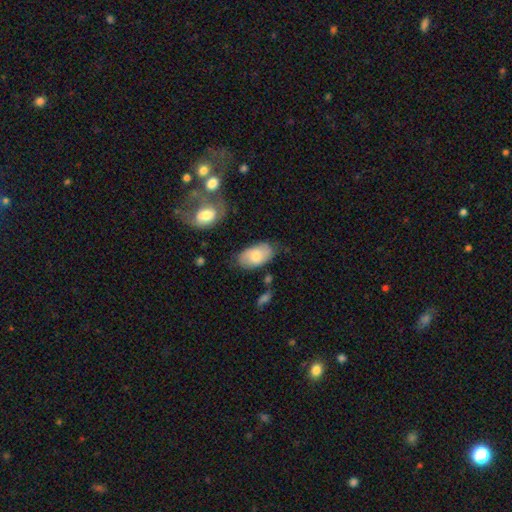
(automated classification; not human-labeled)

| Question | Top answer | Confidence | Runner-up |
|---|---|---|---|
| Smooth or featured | smooth | 70% | featured or disk (24%) |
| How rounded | in between | 94% | round (5%) |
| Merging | none | 72% | minor disturbance (19%) |